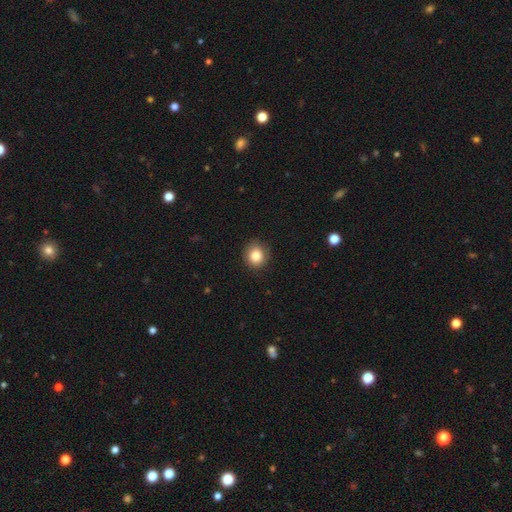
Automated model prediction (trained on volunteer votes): smooth 85%, star or artifact 10%, featured or disk 5%. Down the decision tree: how rounded — round (78%); merging — none (86%).